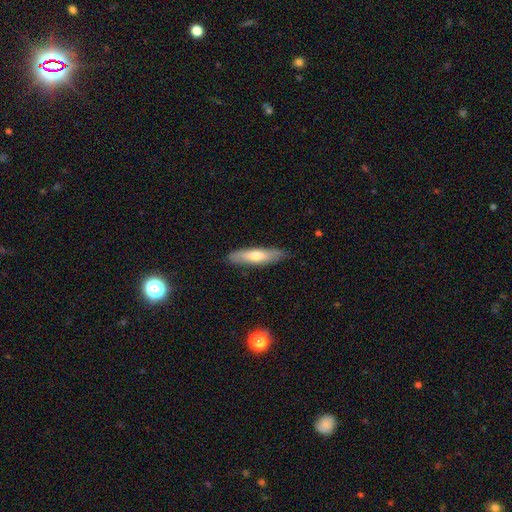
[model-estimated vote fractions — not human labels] smooth 61%, featured or disk 33%, star or artifact 6%. Down the decision tree: how rounded — cigar-shaped (74%); merging — none (85%).